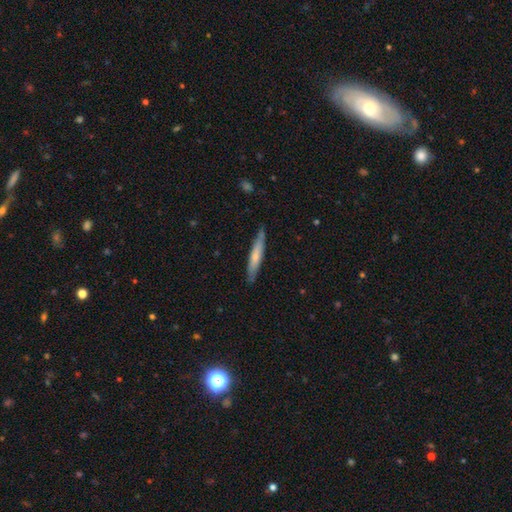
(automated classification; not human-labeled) Q: Smooth or featured?
A: smooth (61%); runner-up: featured or disk (34%)
Q: How rounded?
A: cigar-shaped (93%); runner-up: in between (6%)
Q: Merging?
A: none (82%); runner-up: minor disturbance (14%)